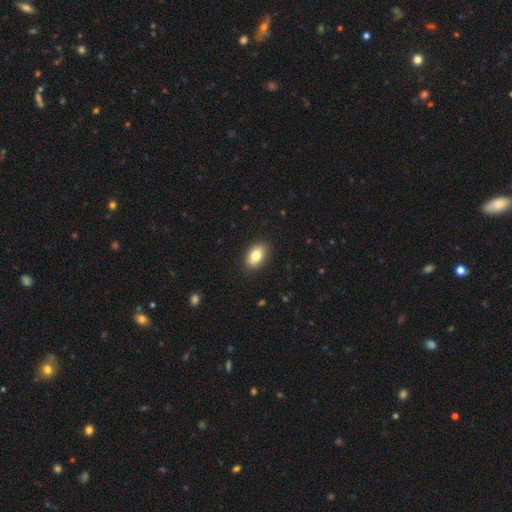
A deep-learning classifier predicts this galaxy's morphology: smooth 82%, featured or disk 11%, star or artifact 7%. Down the decision tree: how rounded — in between (91%); merging — none (90%).